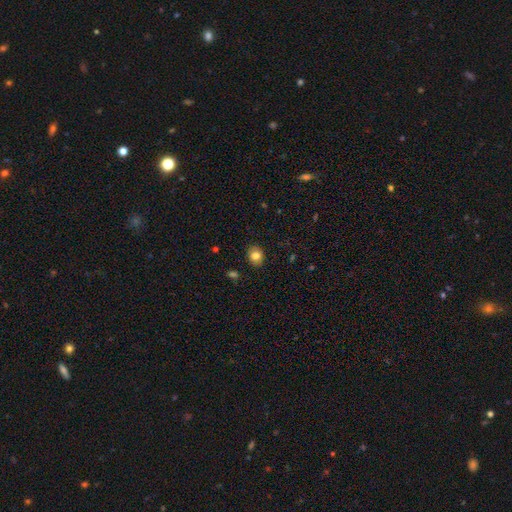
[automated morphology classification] A smooth galaxy with no disk features (81%) that is round (57%). Merging: none (89%).